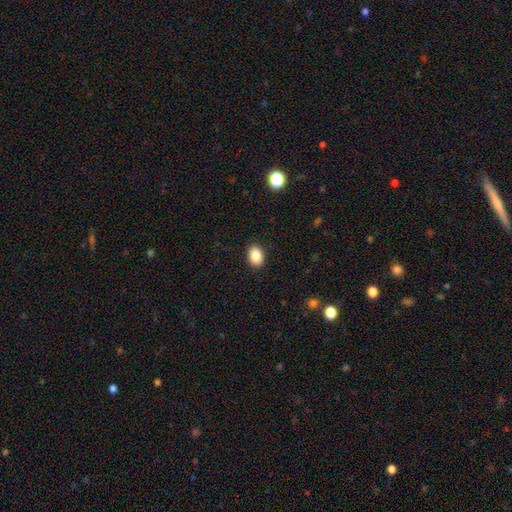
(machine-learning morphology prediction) This appears to be a smooth galaxy with no disk features (87%) that is in between round and cigar-shaped (75%). Merging: none (89%).